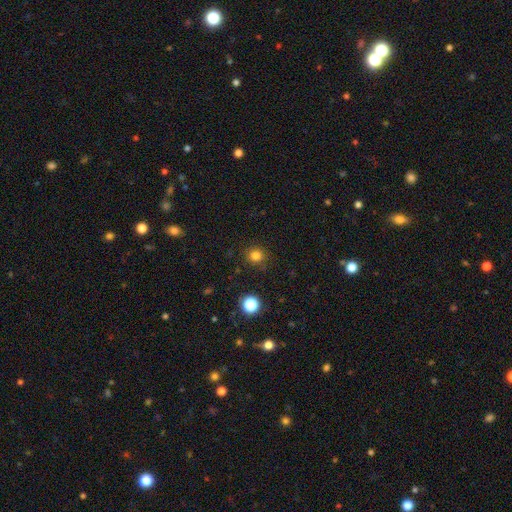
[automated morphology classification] A smooth galaxy with no disk features (80%) that is round (89%). Merging: none (88%).